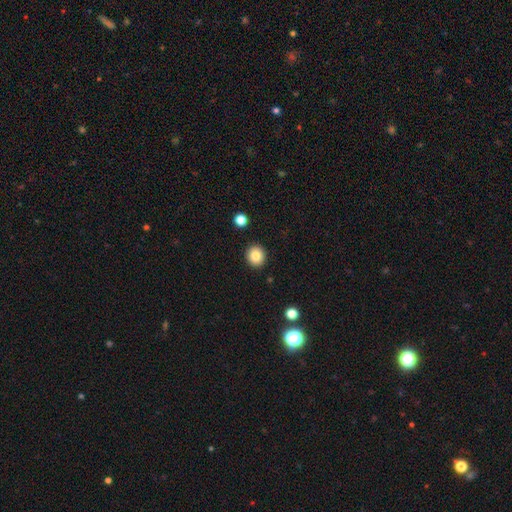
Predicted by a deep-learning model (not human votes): A smooth galaxy with no disk features (84%) that is round (85%). Merging: none (92%).